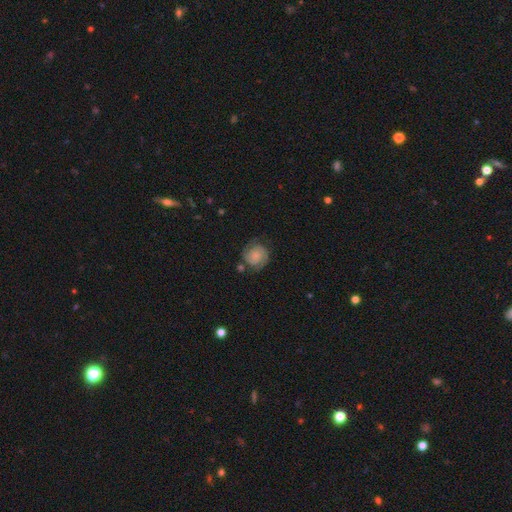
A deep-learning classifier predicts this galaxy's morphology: This appears to be a featured or disk galaxy (69%) with no bar (73%), 2 (83%) tight (56%) spiral arms (95%) and a small central bulge (37%). Merging: none (72%).